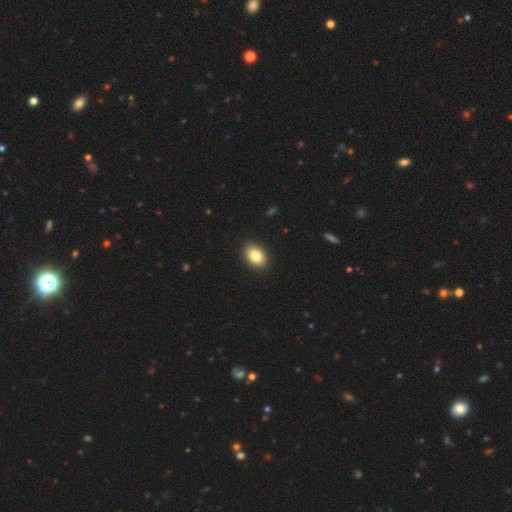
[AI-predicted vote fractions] A smooth galaxy with no disk features (84%) that is in between round and cigar-shaped (78%). Merging: none (90%).